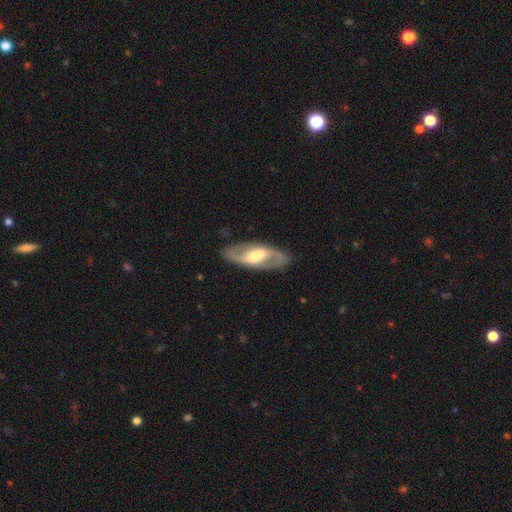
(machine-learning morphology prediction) This is clearly a featured or disk galaxy (80%). It is clearly not viewed edge-on (91%). Bar: marginally weak (42%). Spiral arm pattern: clearly yes (88%). Spiral arm count: clearly 2 (91%). Spiral winding: possibly medium (48%). Central bulge: possibly moderate (56%). Merging: clearly none (86%).